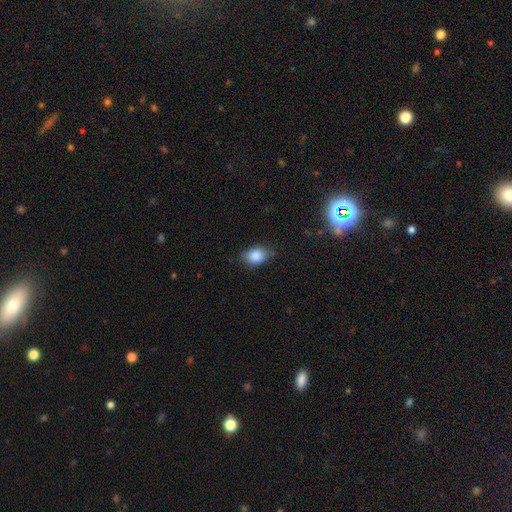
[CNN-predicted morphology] smooth-or-featured: smooth: 85% | star or artifact: 9% | featured or disk: 6%
  how-rounded: in between: 77% | round: 22% | cigar-shaped: 2%
  merging: none: 74% | minor disturbance: 20% | major disturbance: 4% | merger: 1%